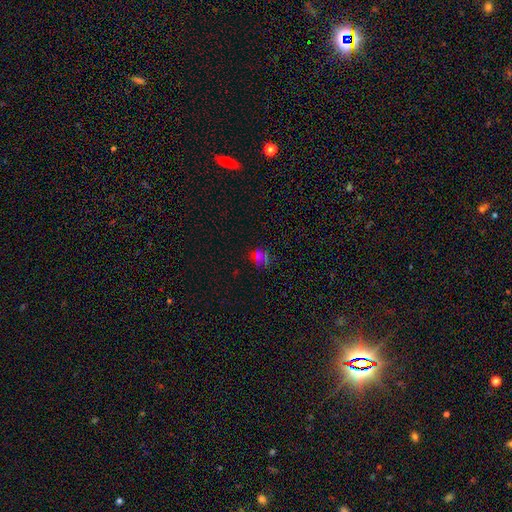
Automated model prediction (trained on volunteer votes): This is possibly a star or artifact rather than a galaxy (51%).